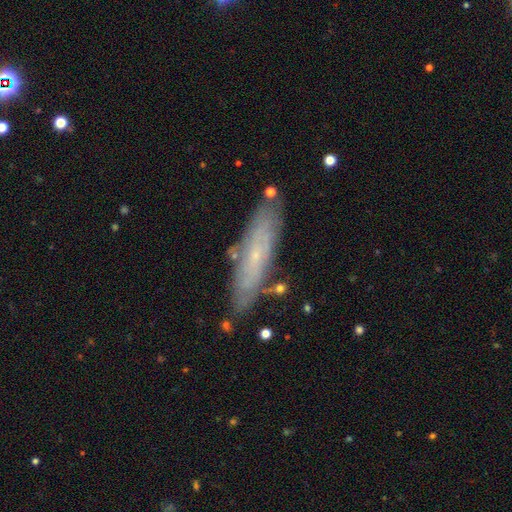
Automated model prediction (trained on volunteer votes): This is possibly a featured or disk galaxy (57%). It is possibly not viewed edge-on (56%). Merging: clearly none (81%).